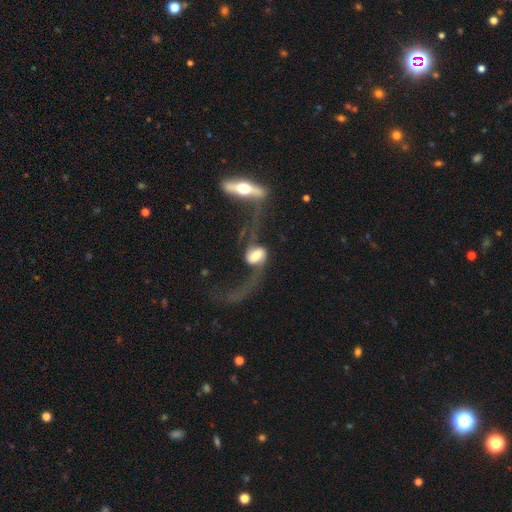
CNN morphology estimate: Smooth or featured? featured or disk (73%)
Edge-on disk? no (91%)
Bar? no (37%)
Spiral arms? yes (85%)
Spiral winding? loose (86%)
Spiral arm count? 2 (81%)
Bulge size? large (36%)
Merging? merger (35%)